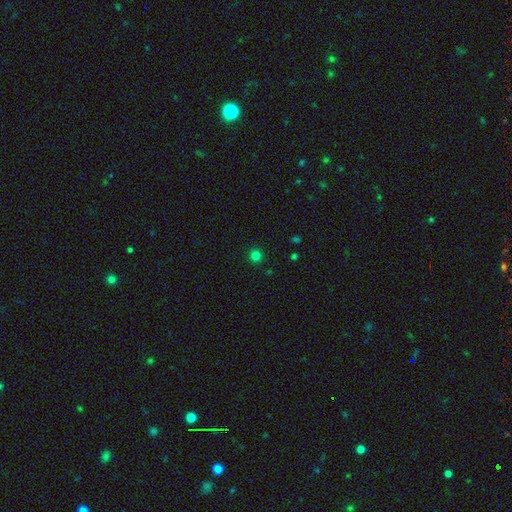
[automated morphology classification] smooth-or-featured: smooth: 80% | star or artifact: 17% | featured or disk: 4%
  how-rounded: round: 94% | in between: 5% | cigar-shaped: 1%
  merging: none: 92% | minor disturbance: 5% | major disturbance: 2% | merger: 1%